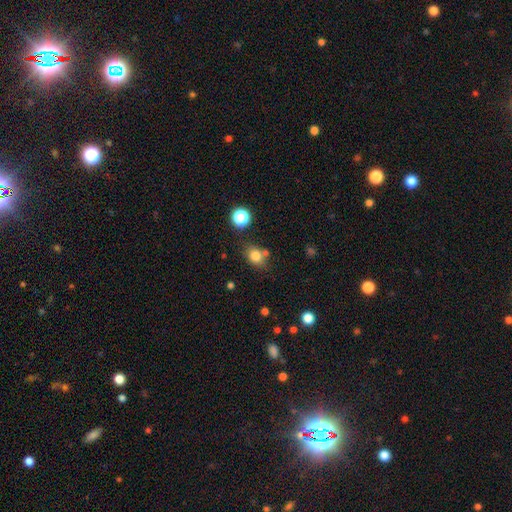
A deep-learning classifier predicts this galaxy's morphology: Smooth or featured? Predicted: smooth (p=0.80). How rounded? Predicted: round (p=0.51). Merging? Predicted: none (p=0.69).